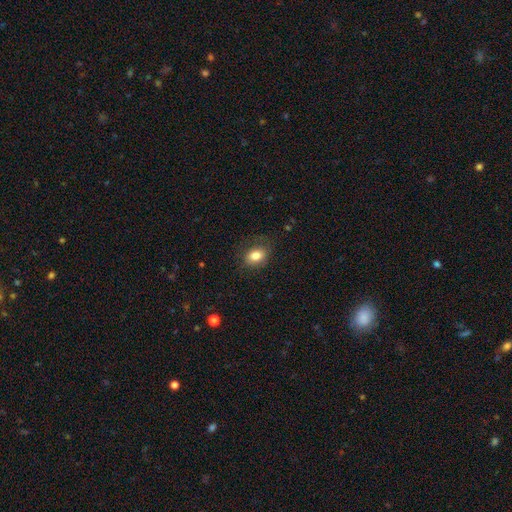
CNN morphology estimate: This appears to be a smooth galaxy with no disk features (82%) that is in between round and cigar-shaped (69%). Merging: none (77%).